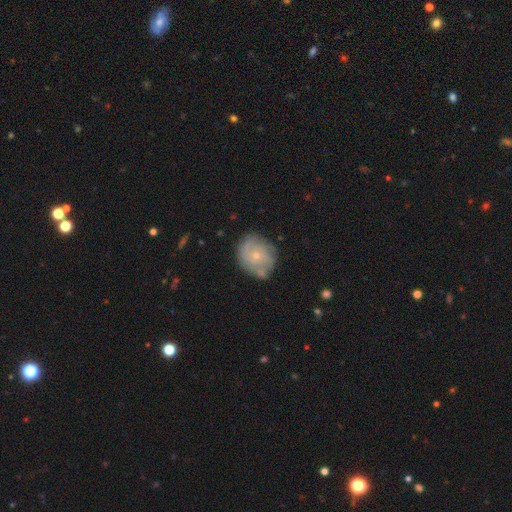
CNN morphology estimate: smooth-or-featured: featured or disk: 59% | smooth: 34% | star or artifact: 8%
  disk-edge-on: no: 97% | yes: 3%
    bar: no: 83% | weak: 14% | strong: 2%
    has-spiral-arms: yes: 68% | no: 32%
    bulge-size: small: 72% | moderate: 24% | none: 2% | large: 1% | dominant: 1%
  merging: none: 68% | minor disturbance: 22% | major disturbance: 6% | merger: 4%